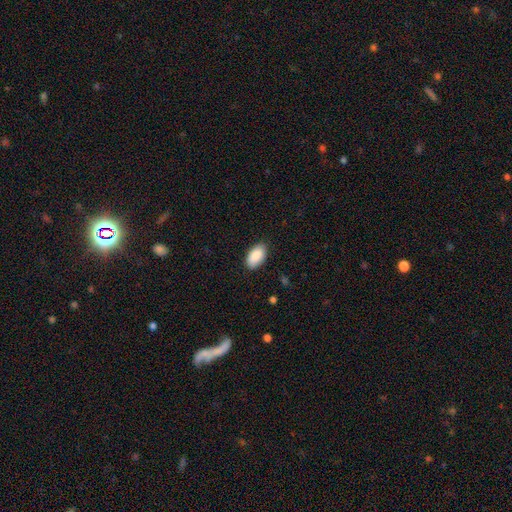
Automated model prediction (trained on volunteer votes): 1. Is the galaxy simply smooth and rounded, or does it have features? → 89% smooth, 6% star or artifact, 5% featured or disk.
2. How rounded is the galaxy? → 95% in between, 3% round, 2% cigar-shaped.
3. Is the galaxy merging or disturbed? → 86% none, 11% minor disturbance, 2% major disturbance, 1% merger.